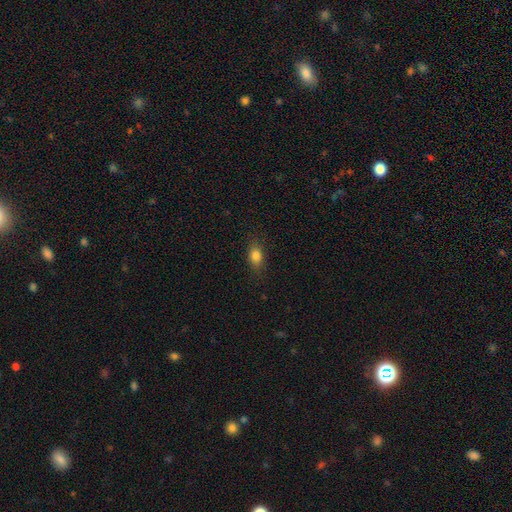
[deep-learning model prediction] smooth 82%, star or artifact 10%, featured or disk 8%. Down the decision tree: how rounded — in between (76%); merging — none (82%).